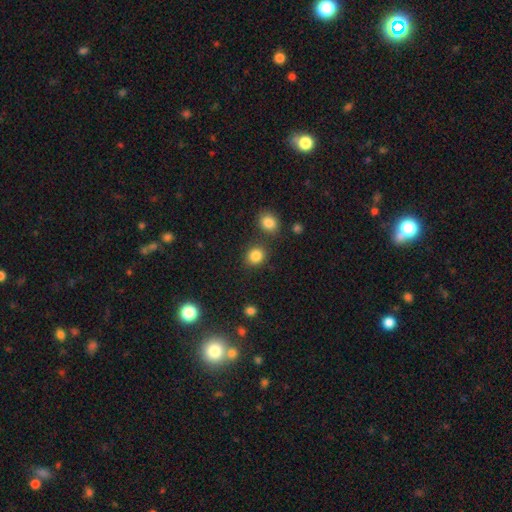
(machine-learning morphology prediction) type=smooth (84%); roundness=round (79%); merging=none (80%).